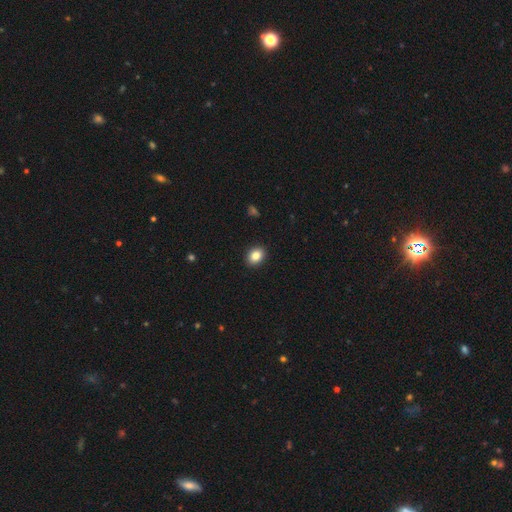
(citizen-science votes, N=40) smooth 80%, featured or disk 12%, star or artifact 8%. Down the decision tree: how rounded — in between (50%); merging — none (89%).